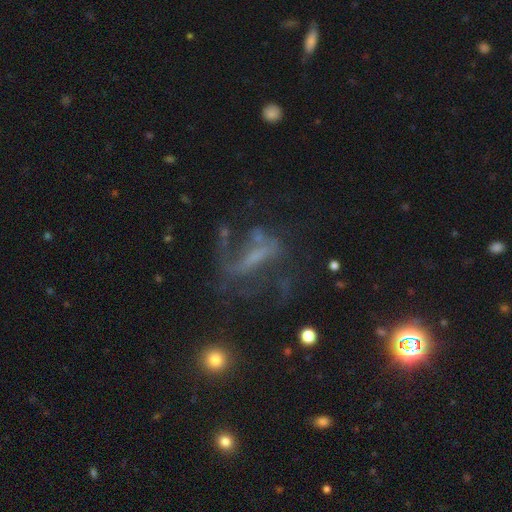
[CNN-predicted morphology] Smooth or featured? Predicted: featured or disk (p=0.62). Edge-on disk? Predicted: no (p=0.82). Bar? Predicted: strong (p=0.40). Spiral arms? Predicted: yes (p=0.56). Bulge size? Predicted: none (p=0.45). Merging? Predicted: none (p=0.41).